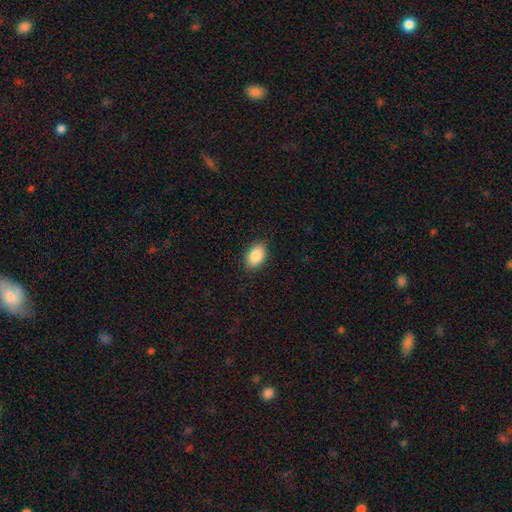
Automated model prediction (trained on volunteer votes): This appears to be a smooth galaxy with no disk features (88%) that is in between round and cigar-shaped (90%). Merging: none (87%).